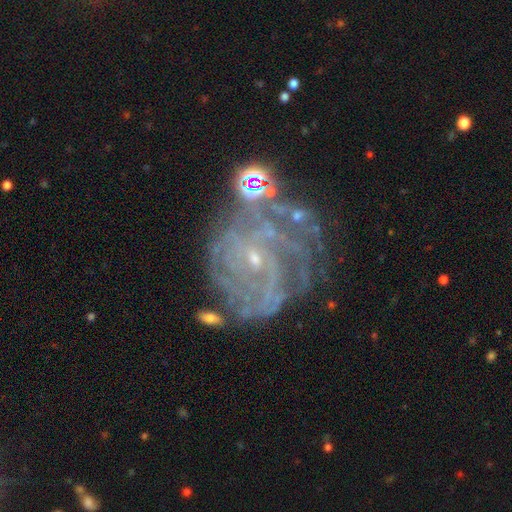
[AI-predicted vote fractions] Smooth or featured? featured or disk (83%)
Edge-on disk? no (98%)
Bar? no (60%)
Spiral arms? yes (95%)
Spiral winding? tight (71%)
Spiral arm count? can't tell (30%)
Bulge size? small (86%)
Merging? none (62%)